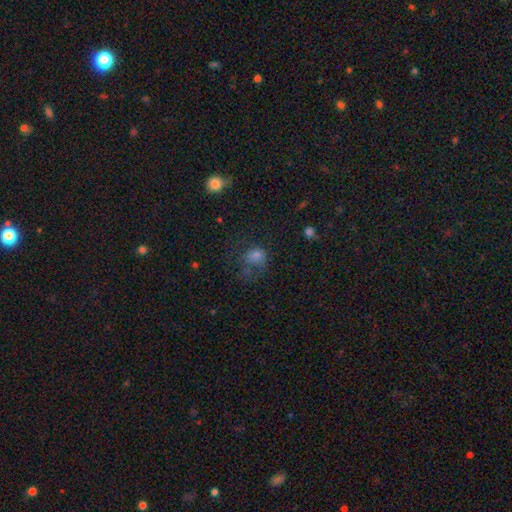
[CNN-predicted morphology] type=smooth (64%); roundness=round (61%); merging=none (40%).